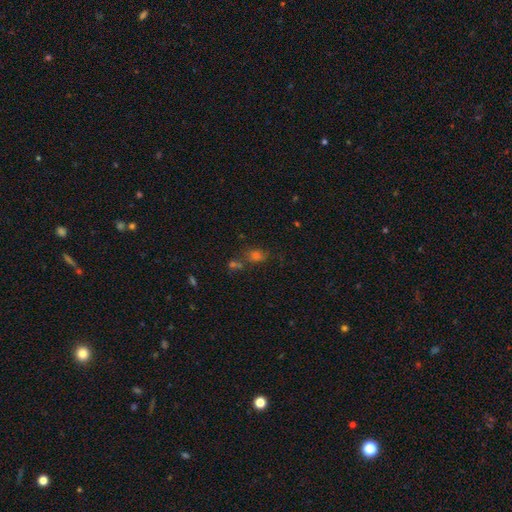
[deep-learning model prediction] Smooth or featured: smooth — 53% (star or artifact — 36%)
How rounded: round — 49% (in between — 48%)
Merging: none — 56% (merger — 24%)